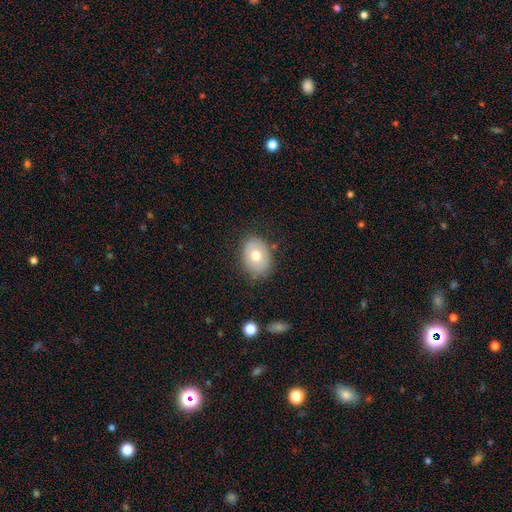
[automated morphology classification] This appears to be a smooth galaxy with no disk features (67%) that is in between round and cigar-shaped (68%). Merging: none (78%).